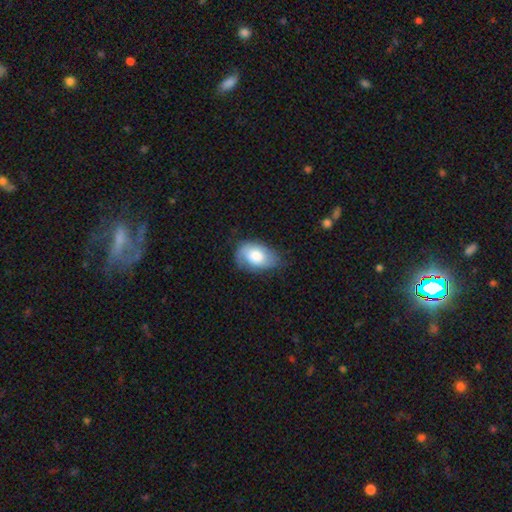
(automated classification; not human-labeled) Smooth or featured?
  - smooth: 65% *
  - featured or disk: 28%
  - star or artifact: 7%
How rounded?
  - in between: 88% *
  - round: 10%
  - cigar-shaped: 1%
Merging?
  - none: 56% *
  - minor disturbance: 33%
  - major disturbance: 10%
  - merger: 2%